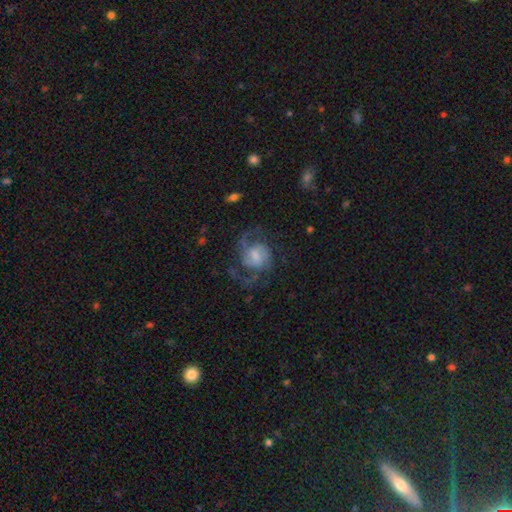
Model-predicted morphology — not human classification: A featured or disk galaxy (79%) with a weak bar (51%), 2 (59%) medium (52%) spiral arms (93%) and a moderate central bulge (39%).

Vote fractions:
- Smooth or featured? featured or disk: 79% / smooth: 14% / star or artifact: 7%
- Edge-on disk? no: 98% / yes: 2%
- Bar? weak: 51% / no: 39% / strong: 10%
- Spiral arms? yes: 93% / no: 7%
- Spiral winding? medium: 52% / loose: 28% / tight: 20%
- Spiral arm count? 2: 59% / 3: 14% / can't tell: 13% / 1: 6% / 4: 4% / more than 4: 4%
- Bulge size? moderate: 39% / small: 36% / large: 12% / none: 11% / dominant: 2%
- Merging? none: 56% / major disturbance: 25% / minor disturbance: 17% / merger: 2%